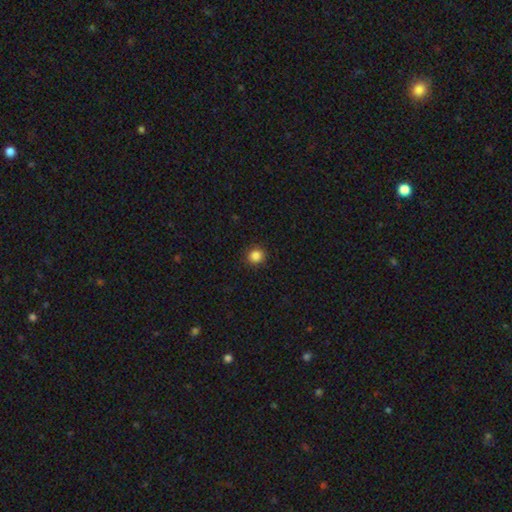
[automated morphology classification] smooth_or_featured: smooth (p=0.85) [alt: star or artifact p=0.11]
how_rounded: round (p=0.89) [alt: in between p=0.10]
merging: none (p=0.91) [alt: minor disturbance p=0.06]